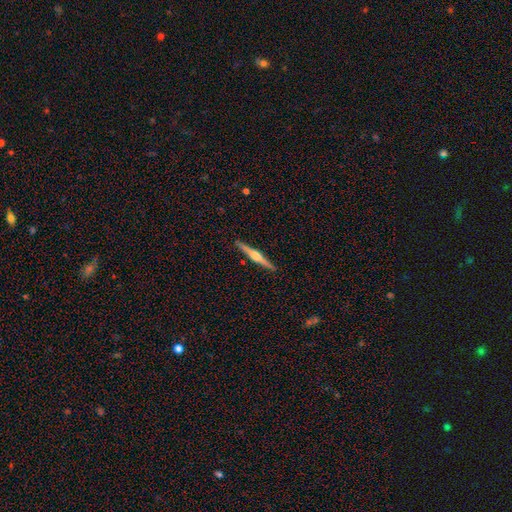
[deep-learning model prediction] smooth-or-featured: featured or disk: 76% | smooth: 19% | star or artifact: 5%
  disk-edge-on: yes: 98% | no: 2%
    edge-on-bulge: rounded: 87% | boxy: 9% | none: 4%
  merging: none: 92% | minor disturbance: 6% | major disturbance: 1% | merger: 1%